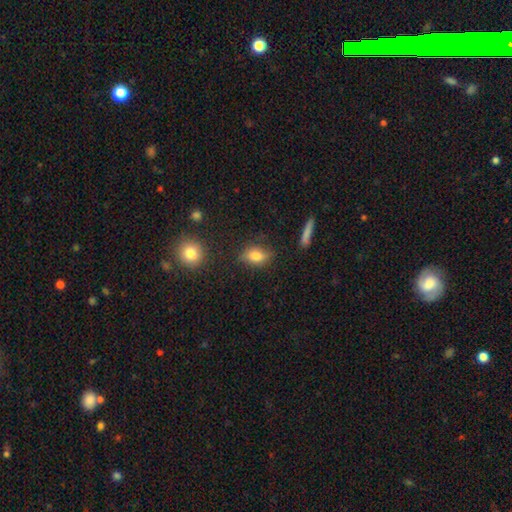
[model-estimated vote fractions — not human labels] A smooth galaxy with no disk features (74%) that is in between round and cigar-shaped (73%). Merging: none (79%).